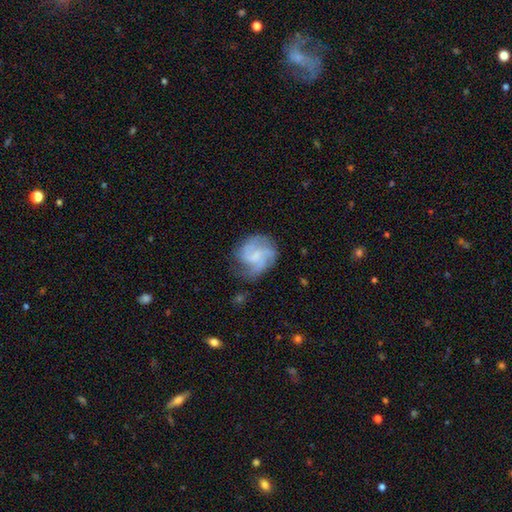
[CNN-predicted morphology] Q: Smooth or featured?
A: featured or disk (71%); runner-up: smooth (21%)
Q: Edge-on disk?
A: no (98%); runner-up: yes (2%)
Q: Bar?
A: no (52%); runner-up: weak (40%)
Q: Spiral arms?
A: yes (93%); runner-up: no (7%)
Q: Spiral winding?
A: medium (49%); runner-up: tight (26%)
Q: Spiral arm count?
A: 3 (44%); runner-up: can't tell (17%)
Q: Bulge size?
A: small (39%); runner-up: none (38%)
Q: Merging?
A: none (61%); runner-up: minor disturbance (22%)